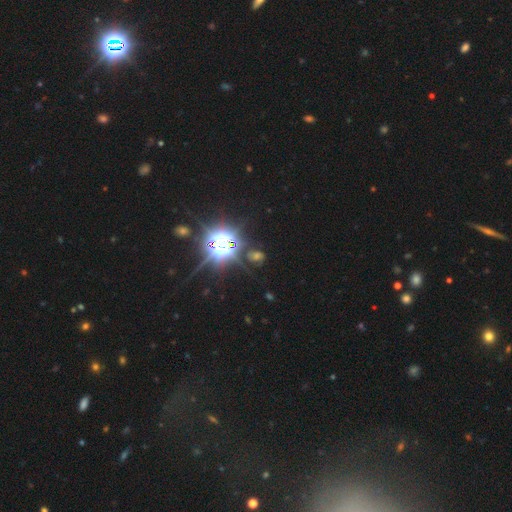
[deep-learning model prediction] Smooth or featured? star or artifact (71%)